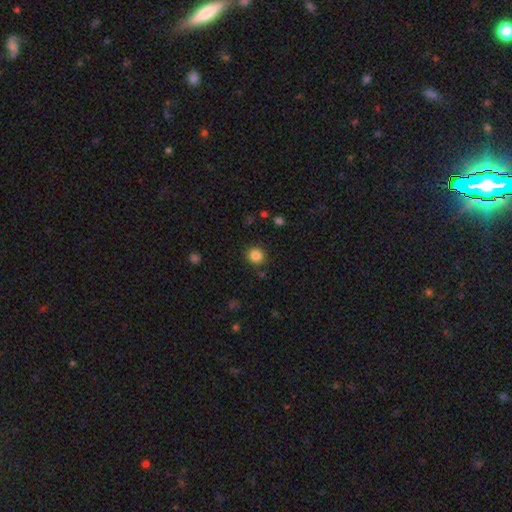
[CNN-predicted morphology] Smooth or featured: smooth — 85% (star or artifact — 11%)
How rounded: round — 91% (in between — 8%)
Merging: none — 88% (minor disturbance — 7%)